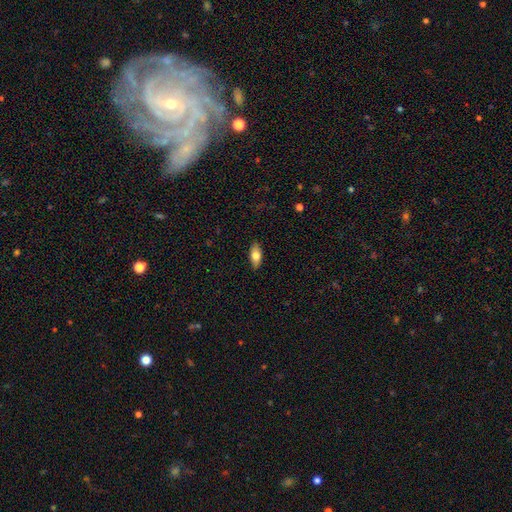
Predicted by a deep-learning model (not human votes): smooth-or-featured: smooth: 74% | featured or disk: 20% | star or artifact: 6%
  how-rounded: in between: 85% | cigar-shaped: 12% | round: 3%
  merging: none: 88% | minor disturbance: 9% | major disturbance: 2% | merger: 1%